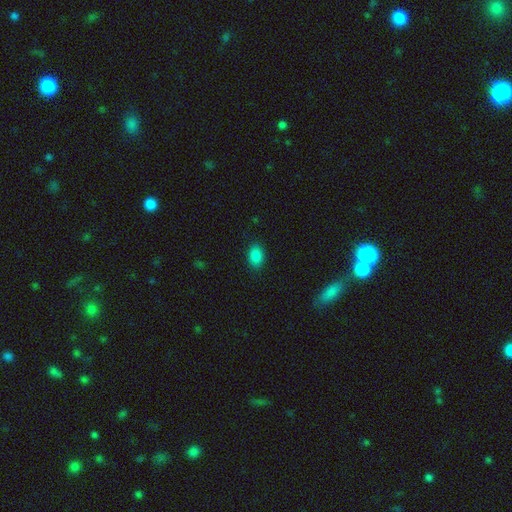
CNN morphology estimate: smooth_or_featured: smooth (p=0.87) [alt: star or artifact p=0.10]
how_rounded: in between (p=0.85) [alt: round p=0.14]
merging: none (p=0.88) [alt: minor disturbance p=0.09]